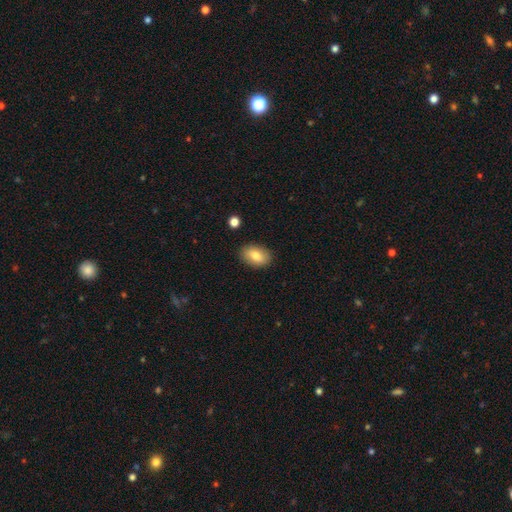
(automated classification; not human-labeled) Morphology: type=smooth (82%); roundness=in between (87%); merging=none (87%).